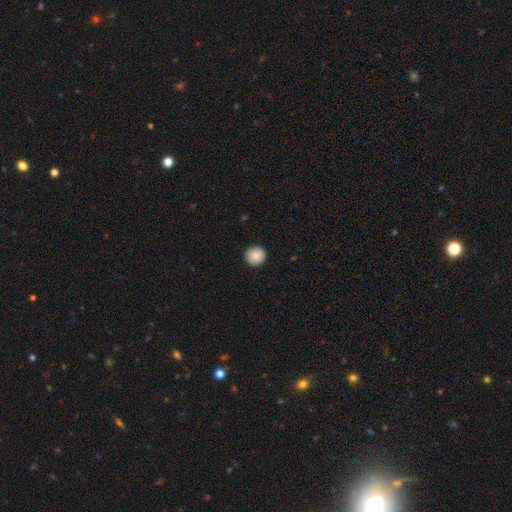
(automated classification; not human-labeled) Smooth or featured?
  - smooth: 89% *
  - star or artifact: 8%
  - featured or disk: 3%
How rounded?
  - round: 93% *
  - in between: 6%
  - cigar-shaped: 1%
Merging?
  - none: 92% *
  - minor disturbance: 6%
  - major disturbance: 2%
  - merger: 1%